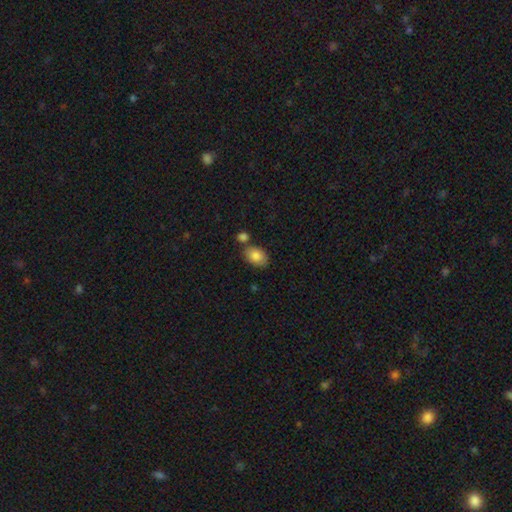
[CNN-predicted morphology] Smooth or featured: smooth — 84% (featured or disk — 9%)
How rounded: in between — 84% (round — 14%)
Merging: none — 65% (merger — 16%)